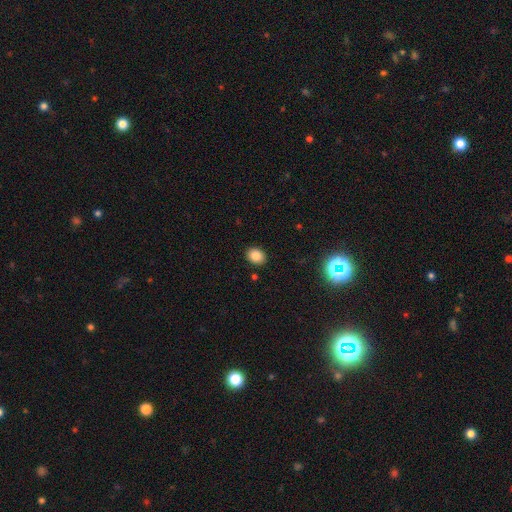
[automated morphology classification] Smooth or featured?
  - smooth: 83% *
  - star or artifact: 11%
  - featured or disk: 6%
How rounded?
  - in between: 54% *
  - round: 45%
  - cigar-shaped: 1%
Merging?
  - none: 90% *
  - minor disturbance: 7%
  - major disturbance: 2%
  - merger: 1%